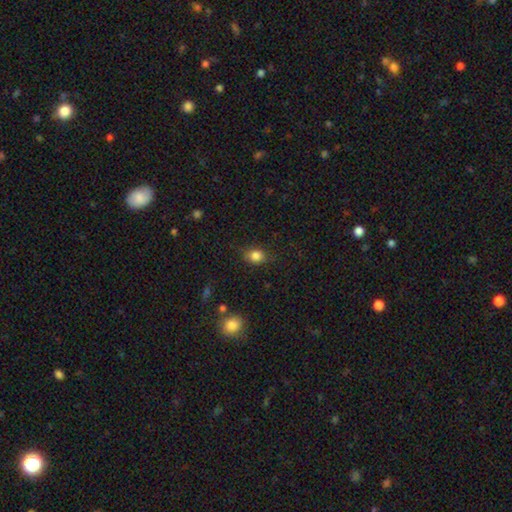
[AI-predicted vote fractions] This appears to be a smooth galaxy with no disk features (83%) that is in between round and cigar-shaped (49%, tied with round). Merging: none (79%).